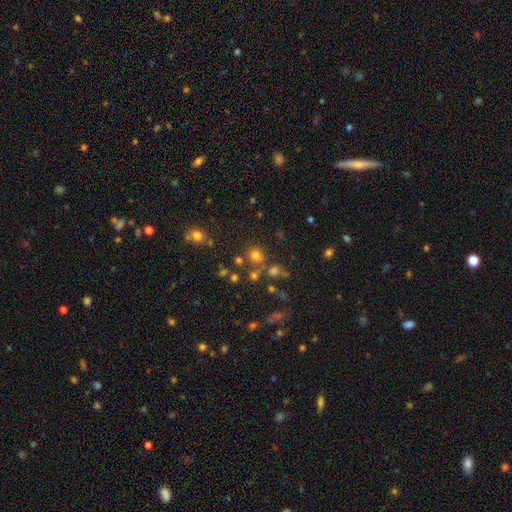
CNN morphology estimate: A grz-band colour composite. It shows a smooth galaxy with no disk features (67%) that is round (84%). Merging: none (67%).